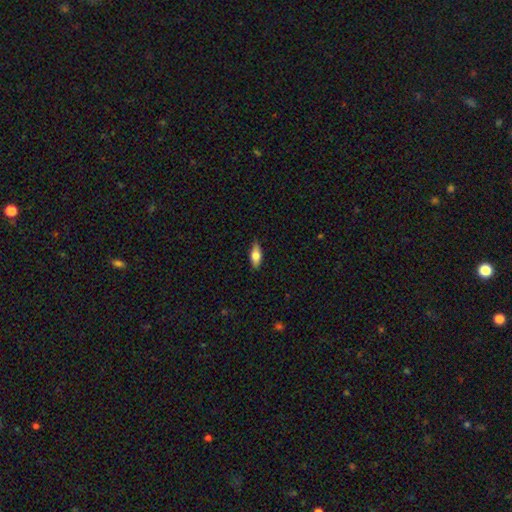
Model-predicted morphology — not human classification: A smooth galaxy with no disk features (70%) that is in between round and cigar-shaped (77%). Merging: none (86%).